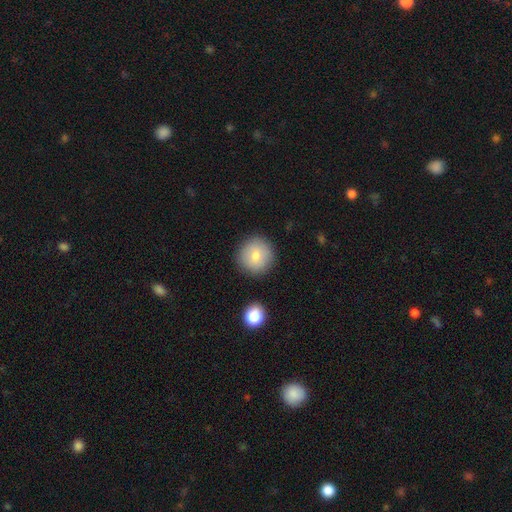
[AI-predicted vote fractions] Smooth or featured? Predicted: smooth (p=0.80). How rounded? Predicted: round (p=0.95). Merging? Predicted: none (p=0.87).